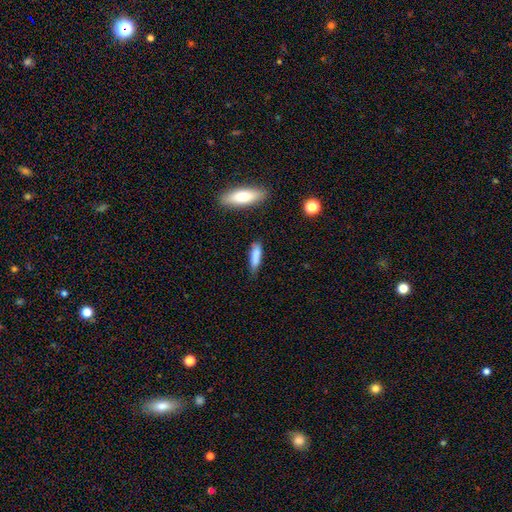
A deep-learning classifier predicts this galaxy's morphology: smooth 83%, featured or disk 10%, star or artifact 7%. Down the decision tree: how rounded — cigar-shaped (69%); merging — none (70%).